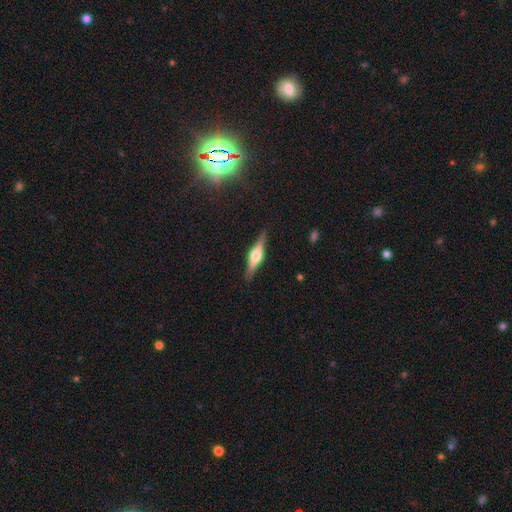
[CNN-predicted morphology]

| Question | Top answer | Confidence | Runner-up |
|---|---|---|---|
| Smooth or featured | featured or disk | 73% | smooth (20%) |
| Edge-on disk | yes | 97% | no (3%) |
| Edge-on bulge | rounded | 88% | boxy (10%) |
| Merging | none | 89% | minor disturbance (8%) |